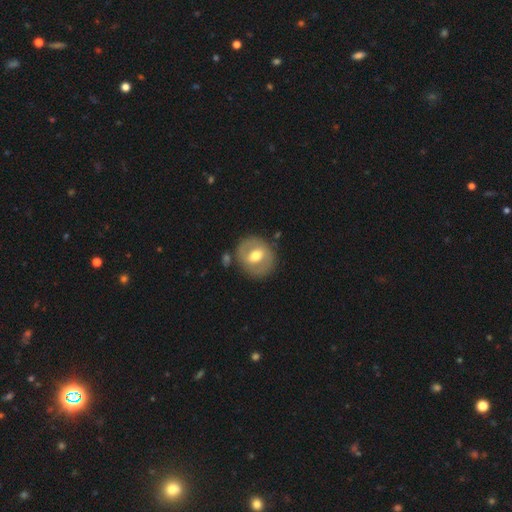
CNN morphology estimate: Smooth or featured? featured or disk (50%)
Edge-on disk? no (95%)
Merging? none (79%)